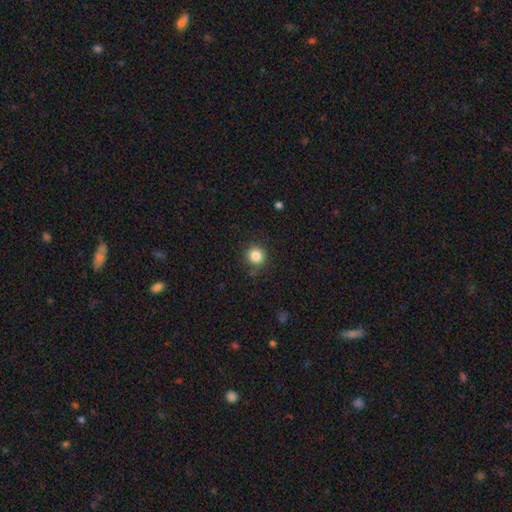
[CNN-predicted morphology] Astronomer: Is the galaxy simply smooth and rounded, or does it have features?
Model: smooth — 84%.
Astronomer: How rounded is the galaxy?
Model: round — 94%.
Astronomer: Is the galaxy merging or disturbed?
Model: none — 87%.